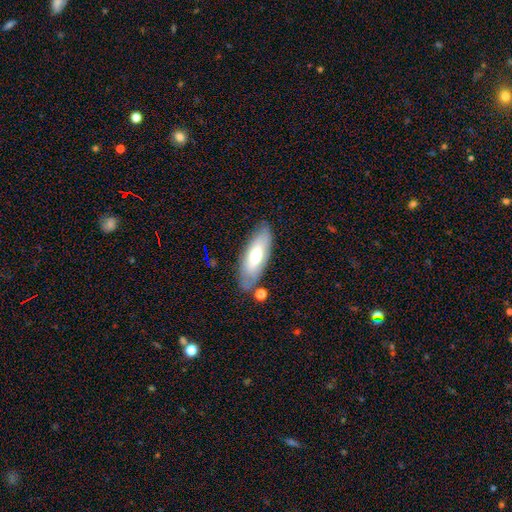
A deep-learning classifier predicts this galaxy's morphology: A smooth galaxy with no disk features (57%) that is in between round and cigar-shaped (70%).

Vote fractions:
- Smooth or featured? smooth: 57% / featured or disk: 37% / star or artifact: 6%
- How rounded? in between: 70% / cigar-shaped: 28% / round: 2%
- Merging? none: 75% / minor disturbance: 15% / merger: 5% / major disturbance: 4%